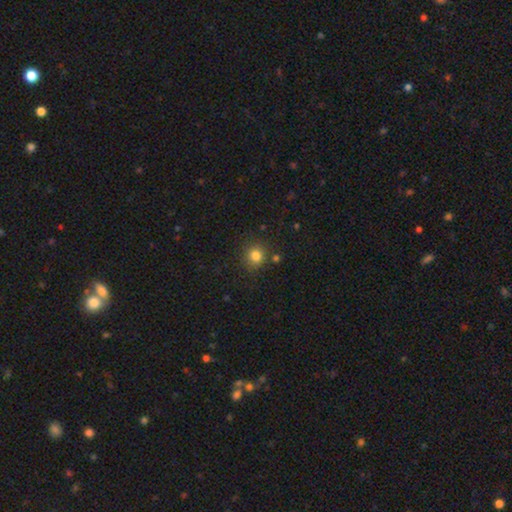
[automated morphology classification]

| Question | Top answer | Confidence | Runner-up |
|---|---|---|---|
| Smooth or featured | smooth | 81% | star or artifact (13%) |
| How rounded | round | 85% | in between (14%) |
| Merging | none | 83% | minor disturbance (10%) |